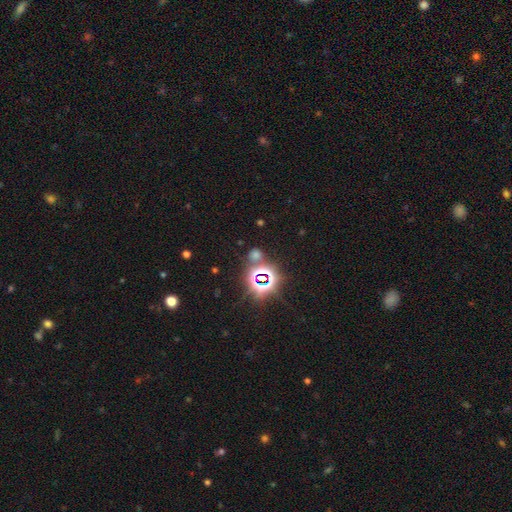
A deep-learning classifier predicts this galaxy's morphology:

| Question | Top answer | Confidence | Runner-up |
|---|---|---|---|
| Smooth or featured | star or artifact | 59% | smooth (33%) |